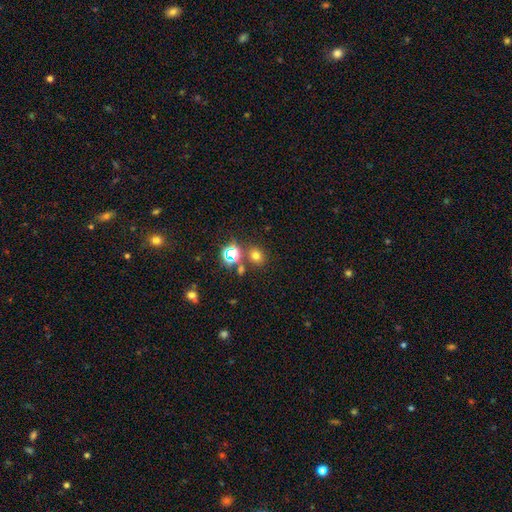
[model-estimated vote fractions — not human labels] Smooth or featured: smooth — 67% (star or artifact — 26%)
How rounded: round — 73% (in between — 26%)
Merging: none — 75% (merger — 13%)